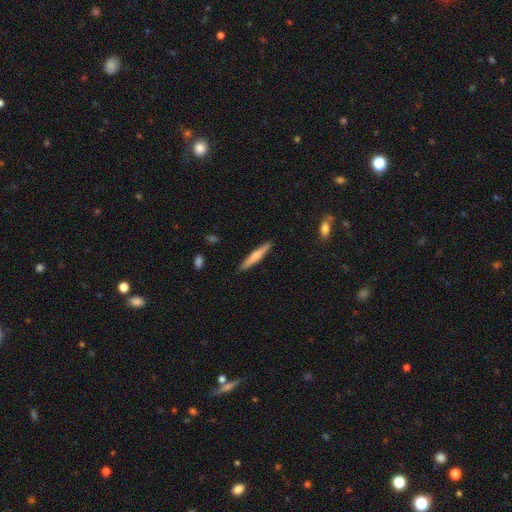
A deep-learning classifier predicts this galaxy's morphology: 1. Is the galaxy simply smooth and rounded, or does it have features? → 61% smooth, 33% featured or disk, 6% star or artifact.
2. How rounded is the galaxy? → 93% cigar-shaped, 6% in between, 1% round.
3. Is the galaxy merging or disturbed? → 89% none, 8% minor disturbance, 2% major disturbance, 1% merger.